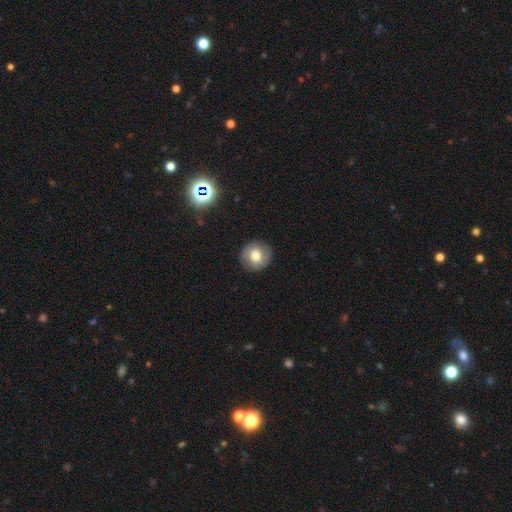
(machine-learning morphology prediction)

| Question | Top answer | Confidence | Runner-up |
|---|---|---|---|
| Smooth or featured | smooth | 68% | featured or disk (22%) |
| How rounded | round | 91% | in between (8%) |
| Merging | none | 88% | minor disturbance (9%) |